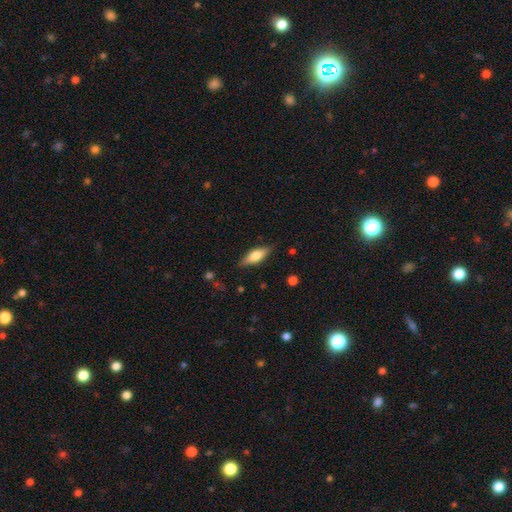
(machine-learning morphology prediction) Overall: smooth (67%). How rounded: in between (64%; cigar-shaped 33%). Merging: none (83%).